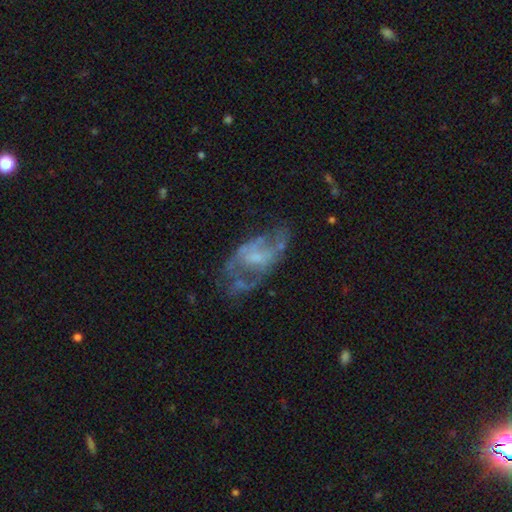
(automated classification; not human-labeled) A featured or disk galaxy (71%) with no bar (59%), no spiral arms (50%, tied with yes) and a small central bulge (37%). Merging: none (46%).